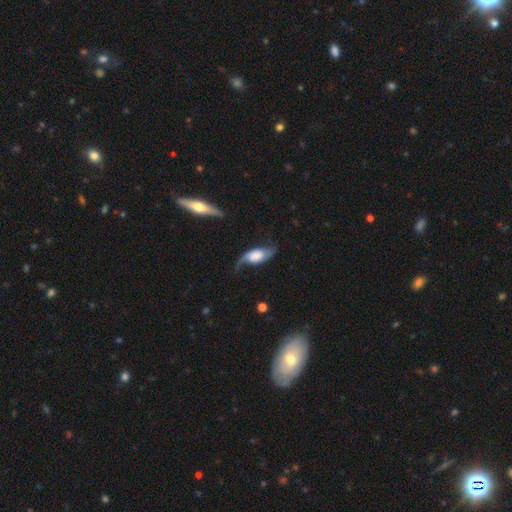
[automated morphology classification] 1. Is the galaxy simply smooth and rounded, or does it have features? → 74% featured or disk, 20% smooth, 6% star or artifact.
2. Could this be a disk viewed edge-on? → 90% no, 10% yes.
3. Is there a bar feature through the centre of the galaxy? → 56% no, 32% weak, 12% strong.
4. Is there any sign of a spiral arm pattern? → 93% yes, 7% no.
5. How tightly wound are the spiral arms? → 73% loose, 21% medium, 6% tight.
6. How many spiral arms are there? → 87% 2, 7% 1, 3% can't tell, 1% 3, 1% 4, 1% more than 4.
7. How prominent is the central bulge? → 39% large, 18% none, 16% moderate, 16% dominant, 11% small.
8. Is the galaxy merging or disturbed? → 55% none, 24% minor disturbance, 17% major disturbance, 4% merger.